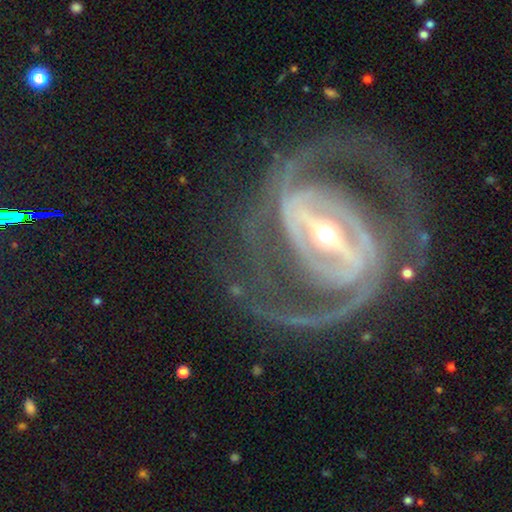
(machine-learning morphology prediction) A featured or disk galaxy (92%) with a strong bar (79%), 2 (77%) medium (50%) spiral arms (96%) and a small central bulge (48%). Merging: none (69%).